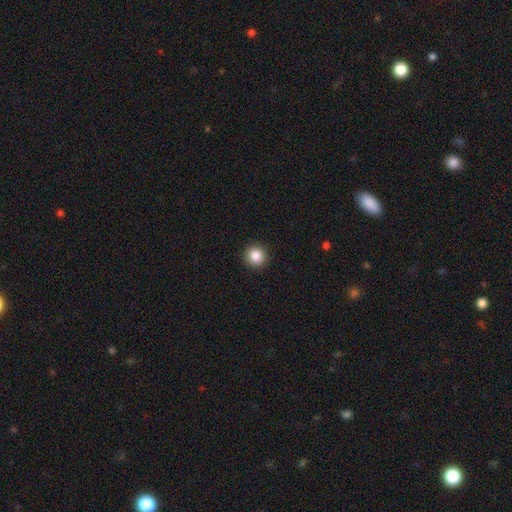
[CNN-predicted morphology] smooth_or_featured: smooth (p=0.86) [alt: star or artifact p=0.09]
how_rounded: round (p=0.94) [alt: in between p=0.05]
merging: none (p=0.92) [alt: minor disturbance p=0.05]